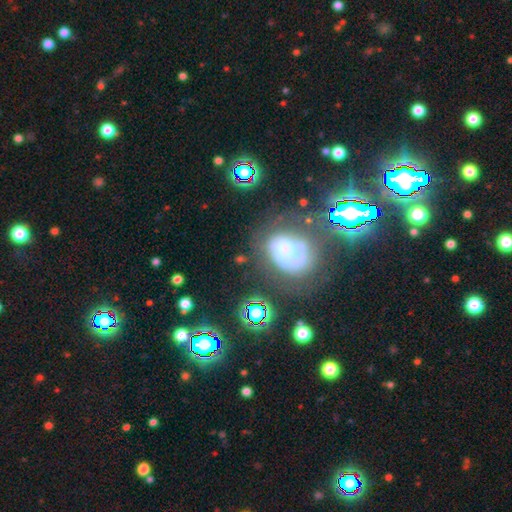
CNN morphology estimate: Smooth or featured: featured or disk — 47% (star or artifact — 32%)
Merging: none — 60% (minor disturbance — 16%)